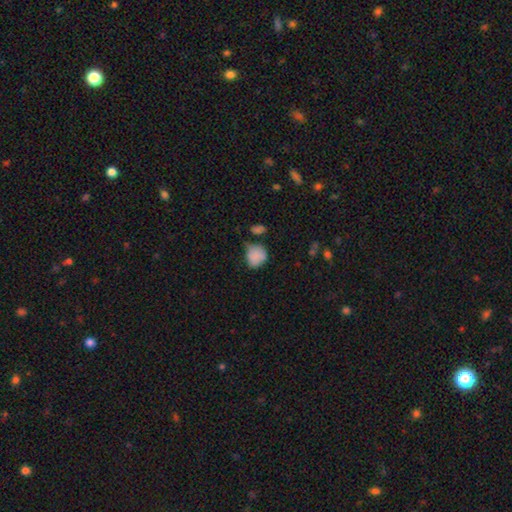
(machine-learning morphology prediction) A smooth galaxy with no disk features (80%) that is round (67%).

Vote fractions:
- Smooth or featured? smooth: 80% / star or artifact: 10% / featured or disk: 10%
- How rounded? round: 67% / in between: 32% / cigar-shaped: 1%
- Merging? none: 41% / minor disturbance: 37% / major disturbance: 14% / merger: 9%